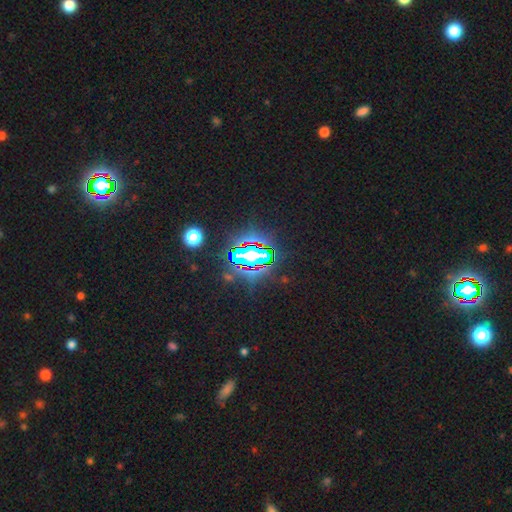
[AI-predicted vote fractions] Smooth or featured?
  - star or artifact: 84% *
  - smooth: 9%
  - featured or disk: 7%